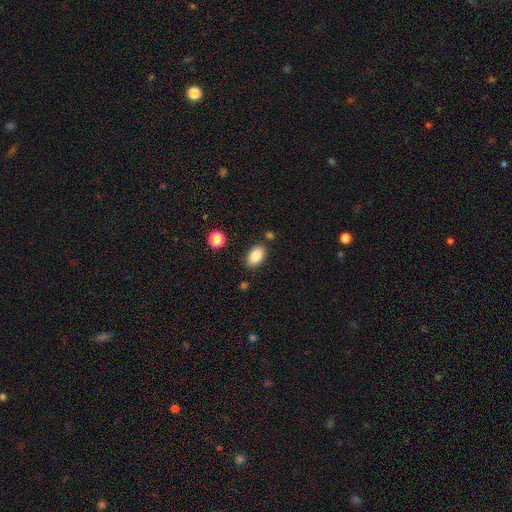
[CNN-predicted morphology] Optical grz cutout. It shows a smooth galaxy with no disk features (85%) that is in between round and cigar-shaped (88%). Merging: none (84%).